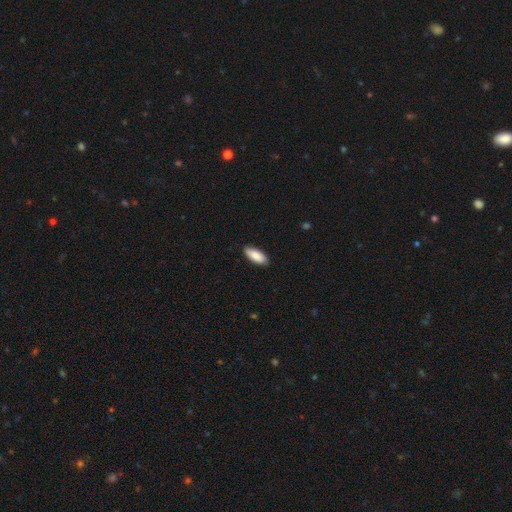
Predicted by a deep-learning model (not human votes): Smooth or featured? Predicted: smooth (p=0.88). How rounded? Predicted: in between (p=0.82). Merging? Predicted: none (p=0.88).